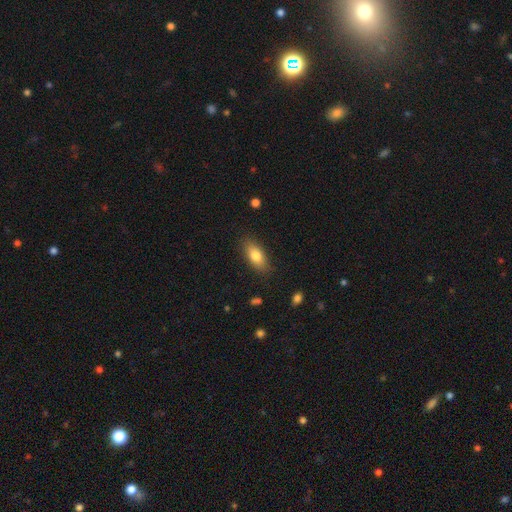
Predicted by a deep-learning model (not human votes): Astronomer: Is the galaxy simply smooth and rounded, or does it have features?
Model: smooth — 79%.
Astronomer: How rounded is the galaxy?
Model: in between — 83%.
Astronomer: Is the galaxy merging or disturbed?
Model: none — 85%.